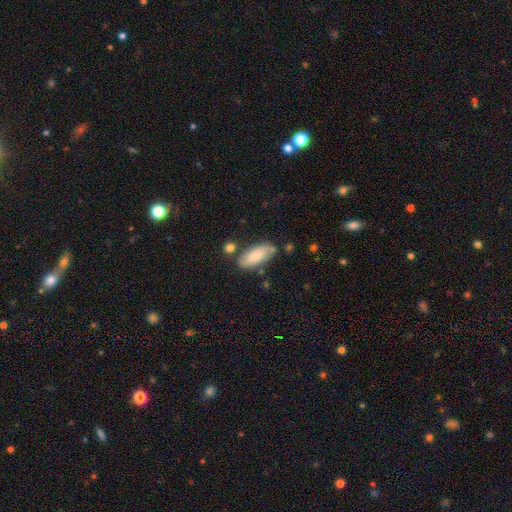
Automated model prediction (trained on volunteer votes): Q: Smooth or featured?
A: smooth (79%); runner-up: featured or disk (15%)
Q: How rounded?
A: in between (81%); runner-up: cigar-shaped (17%)
Q: Merging?
A: none (74%); runner-up: minor disturbance (16%)